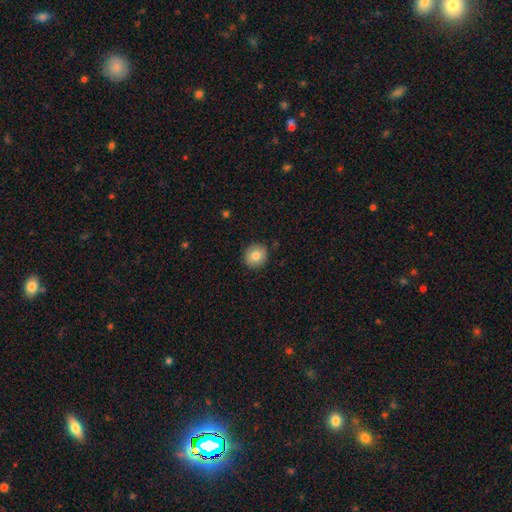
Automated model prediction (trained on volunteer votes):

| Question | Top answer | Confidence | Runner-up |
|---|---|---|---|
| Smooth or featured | smooth | 82% | featured or disk (9%) |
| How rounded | round | 83% | in between (16%) |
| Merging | none | 89% | minor disturbance (8%) |